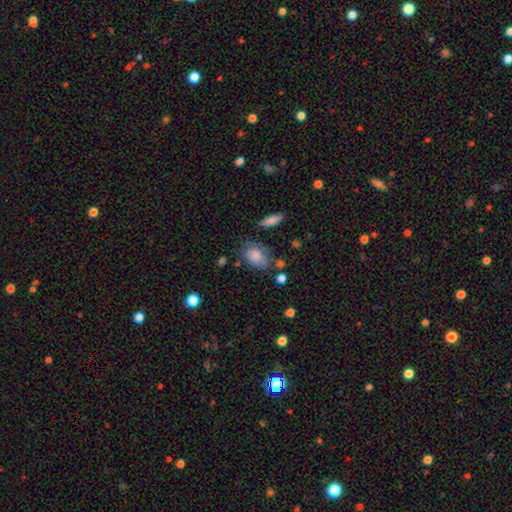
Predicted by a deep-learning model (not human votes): Overall: smooth (79%). How rounded: in between (83%). Merging: none (56%; minor disturbance 27%).